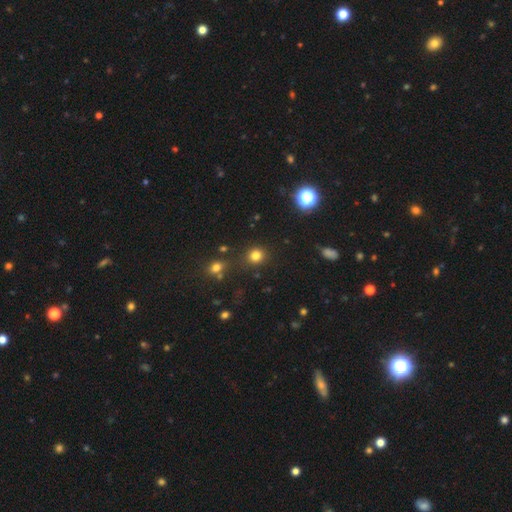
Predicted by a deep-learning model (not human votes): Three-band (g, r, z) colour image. It shows a smooth galaxy with no disk features (79%) that is round (85%). Merging: none (83%).